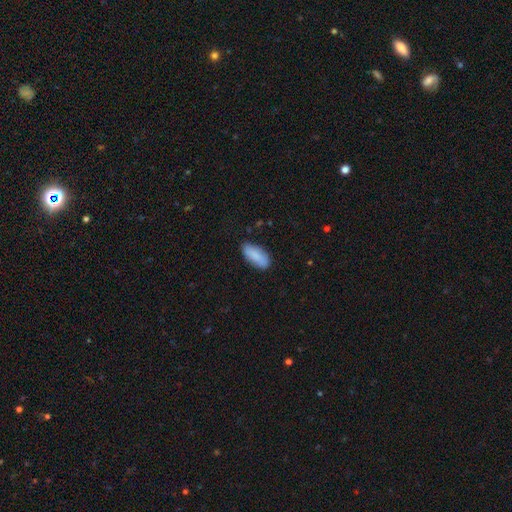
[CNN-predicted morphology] Smooth or featured? smooth (87%)
How rounded? in between (81%)
Merging? none (81%)